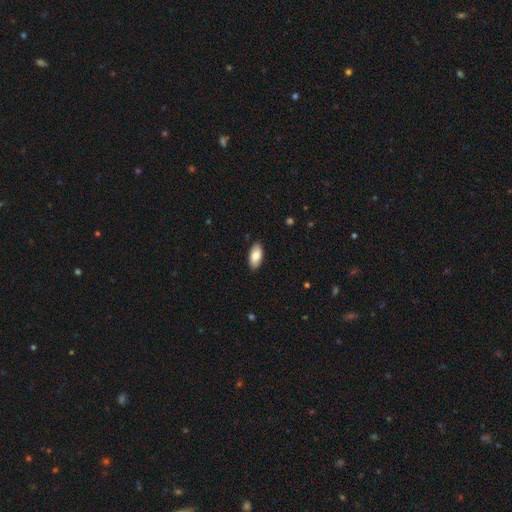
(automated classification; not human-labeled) smooth-or-featured: smooth: 83% | featured or disk: 11% | star or artifact: 6%
  how-rounded: in between: 93% | cigar-shaped: 5% | round: 2%
  merging: none: 89% | minor disturbance: 9% | major disturbance: 2% | merger: 1%